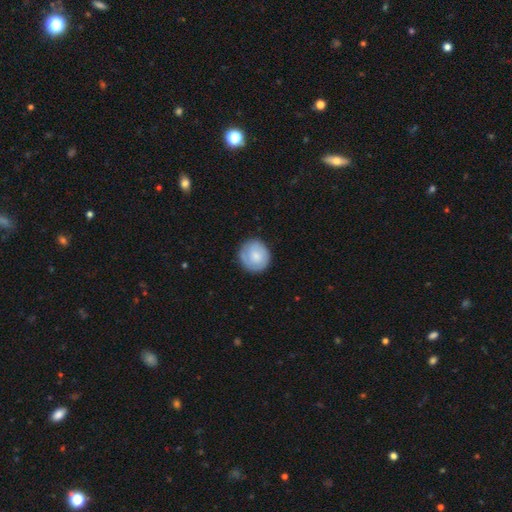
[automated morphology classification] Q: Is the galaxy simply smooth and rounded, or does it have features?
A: smooth — 73%.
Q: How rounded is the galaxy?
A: round — 89%.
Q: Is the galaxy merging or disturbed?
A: none — 82%.